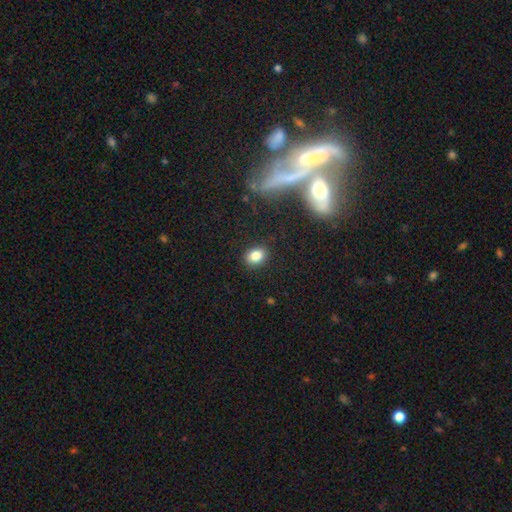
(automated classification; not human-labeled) A smooth galaxy with no disk features (83%) that is in between round and cigar-shaped (64%).

Vote fractions:
- Smooth or featured? smooth: 83% / star or artifact: 11% / featured or disk: 6%
- How rounded? in between: 64% / round: 35% / cigar-shaped: 1%
- Merging? none: 87% / minor disturbance: 9% / major disturbance: 2% / merger: 1%